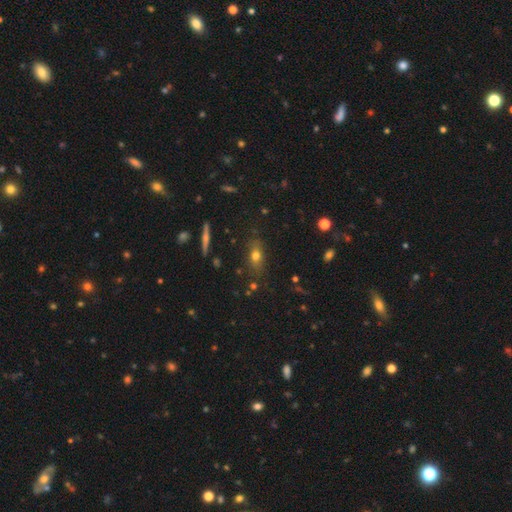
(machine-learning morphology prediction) A smooth galaxy with no disk features (65%) that is in between round and cigar-shaped (65%).

Vote fractions:
- Smooth or featured? smooth: 65% / featured or disk: 20% / star or artifact: 15%
- How rounded? in between: 65% / cigar-shaped: 19% / round: 16%
- Merging? none: 78% / minor disturbance: 15% / major disturbance: 4% / merger: 3%